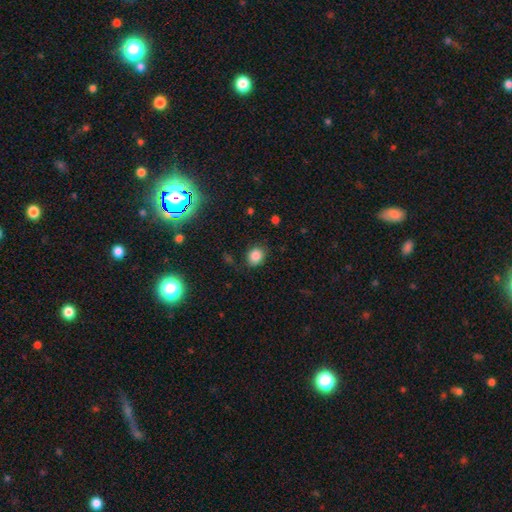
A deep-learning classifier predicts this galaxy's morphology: Smooth or featured: smooth — 83% (star or artifact — 12%)
How rounded: round — 65% (in between — 34%)
Merging: none — 80% (minor disturbance — 14%)